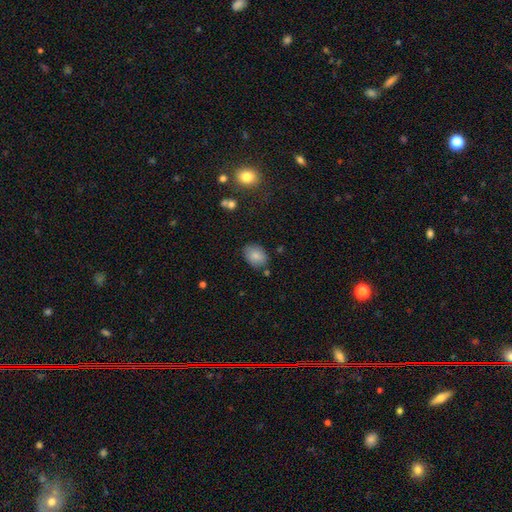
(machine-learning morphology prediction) smooth-or-featured: smooth: 84% | star or artifact: 8% | featured or disk: 8%
  how-rounded: in between: 74% | round: 25% | cigar-shaped: 1%
  merging: none: 79% | minor disturbance: 15% | merger: 3% | major disturbance: 3%